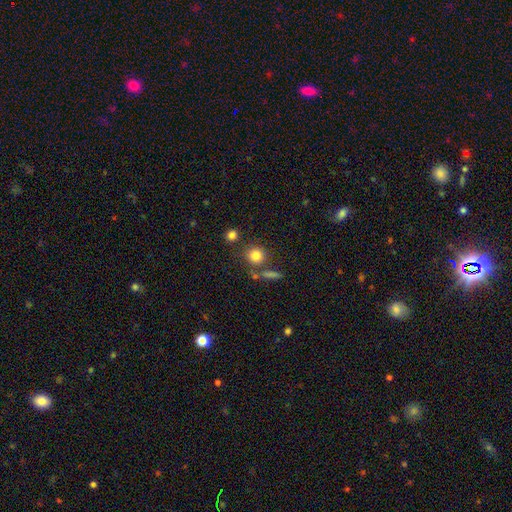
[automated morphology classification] A smooth galaxy with no disk features (82%) that is round (89%).

Vote fractions:
- Smooth or featured? smooth: 82% / star or artifact: 11% / featured or disk: 7%
- How rounded? round: 89% / in between: 9% / cigar-shaped: 1%
- Merging? none: 74% / merger: 12% / minor disturbance: 10% / major disturbance: 4%